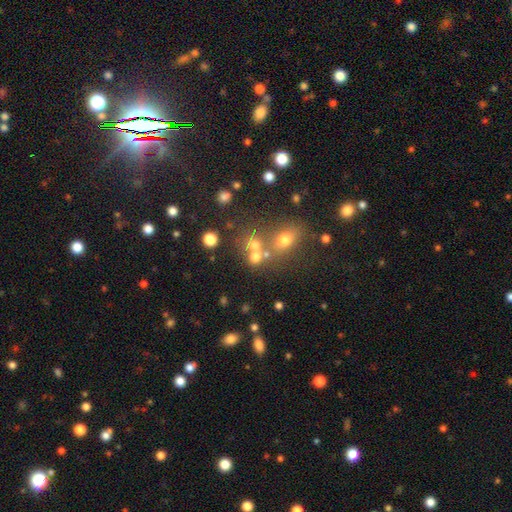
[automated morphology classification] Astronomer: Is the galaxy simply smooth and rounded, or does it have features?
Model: smooth — 64%.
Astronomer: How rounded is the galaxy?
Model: round — 67%.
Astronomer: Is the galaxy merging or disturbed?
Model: none — 46% (runner-up: merger, 38%).